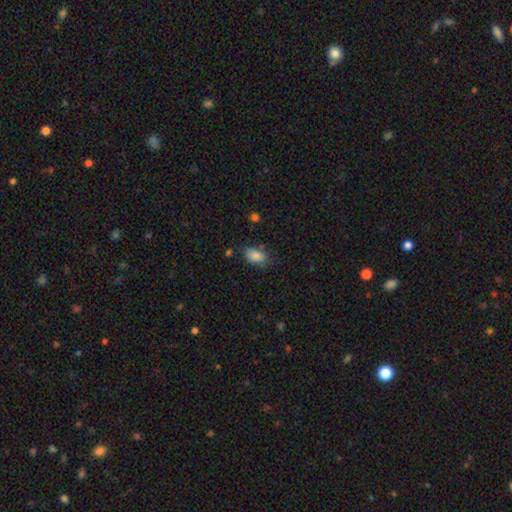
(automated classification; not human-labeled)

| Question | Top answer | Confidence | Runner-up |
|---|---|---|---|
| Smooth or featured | smooth | 87% | star or artifact (8%) |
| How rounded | in between | 87% | round (12%) |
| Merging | none | 72% | minor disturbance (20%) |